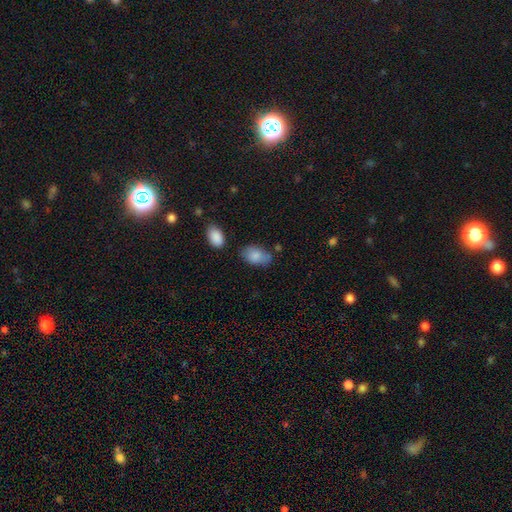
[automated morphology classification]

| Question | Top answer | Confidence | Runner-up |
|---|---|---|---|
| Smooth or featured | smooth | 83% | featured or disk (10%) |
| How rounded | in between | 90% | round (8%) |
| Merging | none | 65% | minor disturbance (23%) |